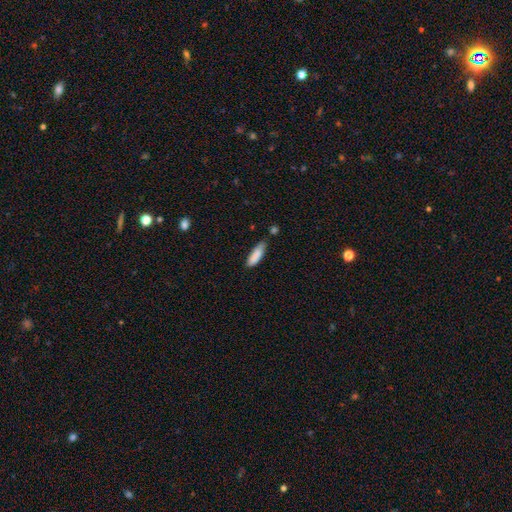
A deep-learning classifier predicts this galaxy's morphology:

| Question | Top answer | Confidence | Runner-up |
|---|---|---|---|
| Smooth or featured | smooth | 86% | featured or disk (8%) |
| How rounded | cigar-shaped | 53% | in between (46%) |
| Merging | none | 63% | minor disturbance (26%) |